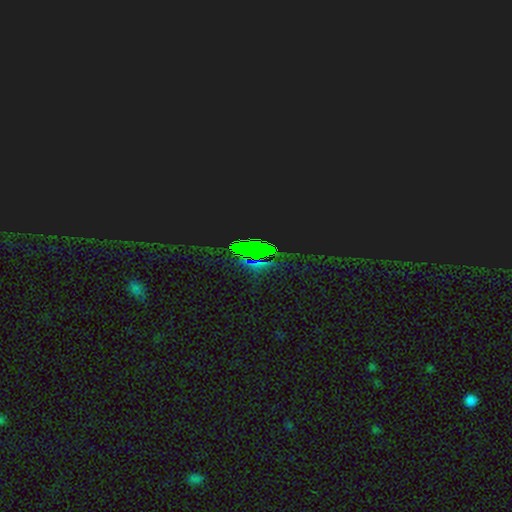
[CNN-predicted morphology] Smooth or featured? star or artifact (78%)